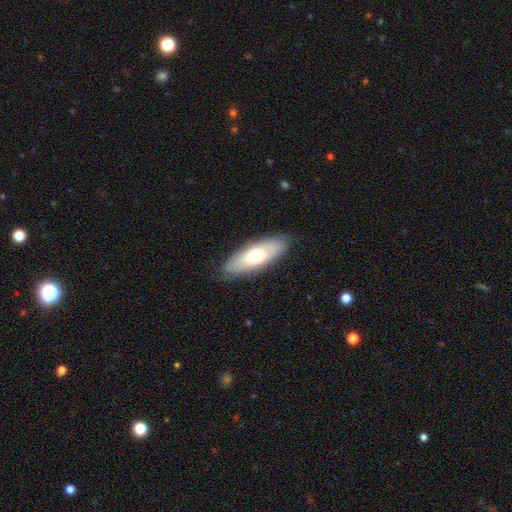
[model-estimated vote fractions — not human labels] A smooth galaxy with no disk features (61%) that is in between round and cigar-shaped (64%). Merging: none (86%).